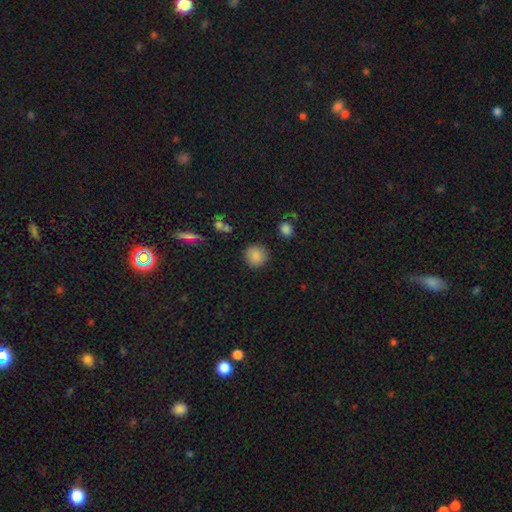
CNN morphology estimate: This is clearly a smooth galaxy (85%). How rounded: clearly round (92%). Merging: clearly none (89%).